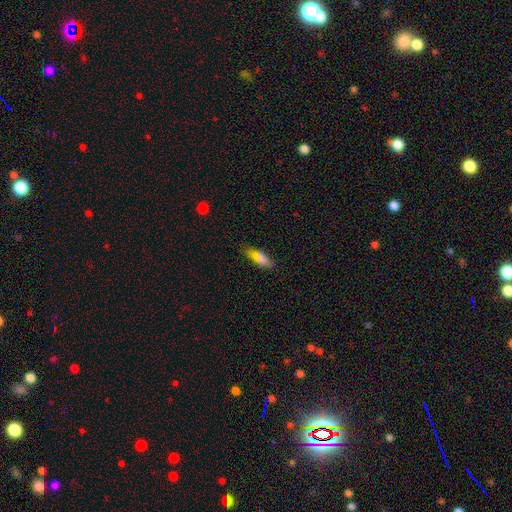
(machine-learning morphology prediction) Q: Smooth or featured?
A: smooth (60%); runner-up: featured or disk (28%)
Q: How rounded?
A: cigar-shaped (59%); runner-up: in between (37%)
Q: Merging?
A: none (81%); runner-up: minor disturbance (15%)